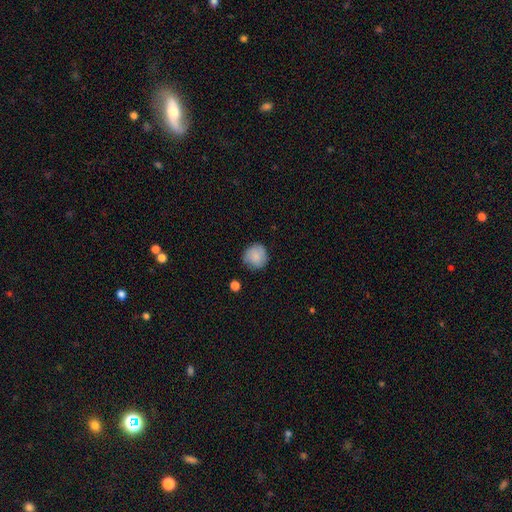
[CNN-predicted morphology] A smooth galaxy with no disk features (82%) that is round (91%). Merging: none (78%).